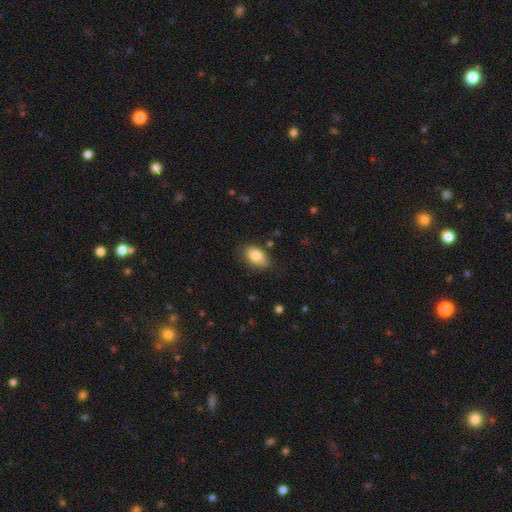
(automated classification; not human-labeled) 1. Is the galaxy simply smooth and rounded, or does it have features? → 83% smooth, 9% featured or disk, 8% star or artifact.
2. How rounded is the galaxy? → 87% in between, 12% round, 2% cigar-shaped.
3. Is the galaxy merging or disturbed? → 77% none, 18% minor disturbance, 4% major disturbance, 2% merger.